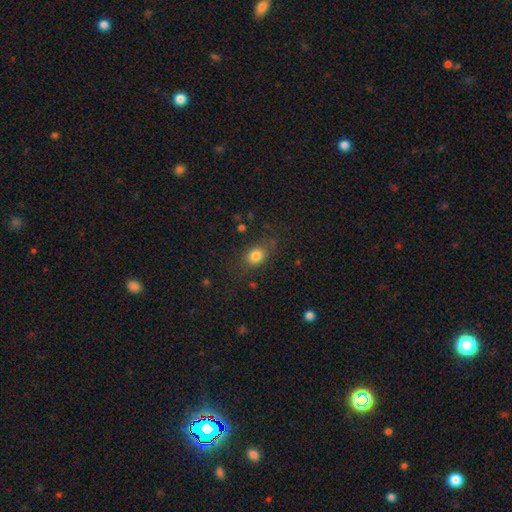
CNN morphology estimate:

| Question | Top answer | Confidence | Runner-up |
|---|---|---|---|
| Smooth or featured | smooth | 82% | star or artifact (11%) |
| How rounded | in between | 52% | round (46%) |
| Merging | none | 74% | minor disturbance (17%) |